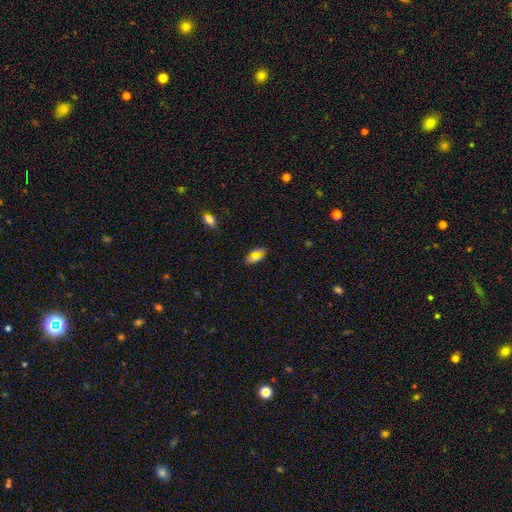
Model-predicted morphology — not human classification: Smooth or featured? smooth (60%)
How rounded? in between (82%)
Merging? none (72%)